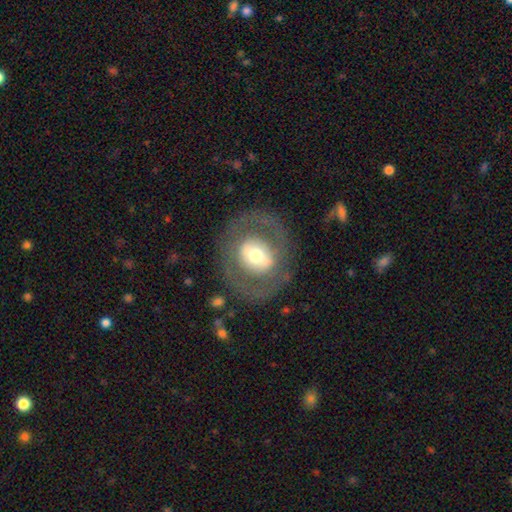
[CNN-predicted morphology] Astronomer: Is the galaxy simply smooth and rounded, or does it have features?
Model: featured or disk — 58% (runner-up: smooth, 35%).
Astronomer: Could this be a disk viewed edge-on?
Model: no — 94%.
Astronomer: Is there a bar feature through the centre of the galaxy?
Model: no — 51% (runner-up: weak, 26%).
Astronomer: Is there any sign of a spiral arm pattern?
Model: no — 77%.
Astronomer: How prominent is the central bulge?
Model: moderate — 59%.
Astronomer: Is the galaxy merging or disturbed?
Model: none — 77%.